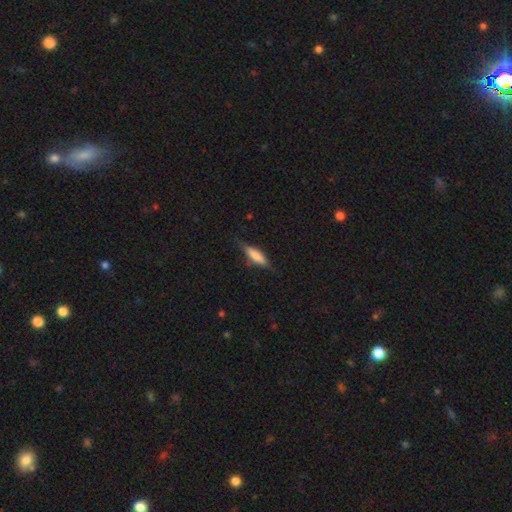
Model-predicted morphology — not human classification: Smooth or featured? Predicted: smooth (p=0.66). How rounded? Predicted: cigar-shaped (p=0.64). Merging? Predicted: none (p=0.75).